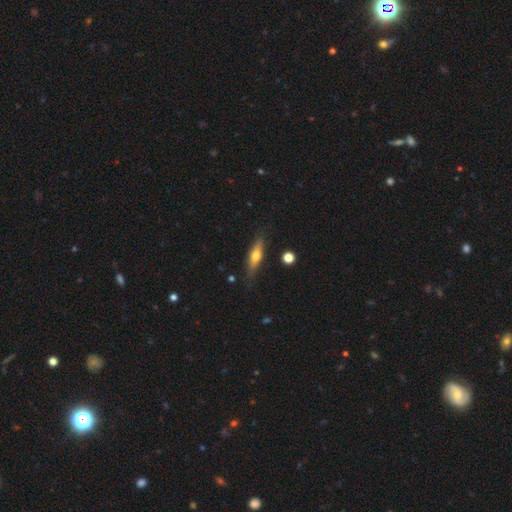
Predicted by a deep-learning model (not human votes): Morphology: type=smooth (51%); roundness=cigar-shaped (64%); merging=none (81%).